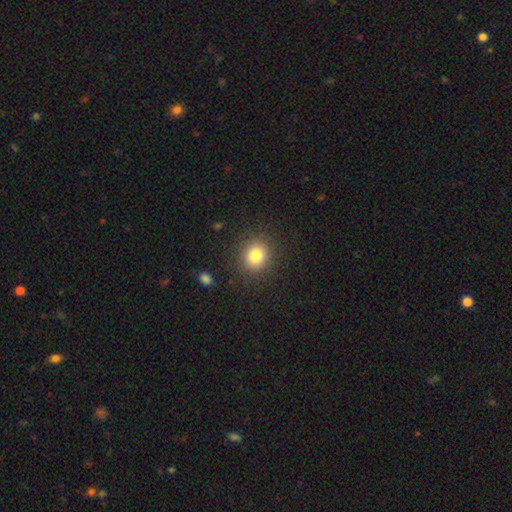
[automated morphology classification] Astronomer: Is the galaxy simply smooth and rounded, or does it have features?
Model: smooth — 82%.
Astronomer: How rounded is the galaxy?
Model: round — 79%.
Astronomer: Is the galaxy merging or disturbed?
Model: none — 88%.